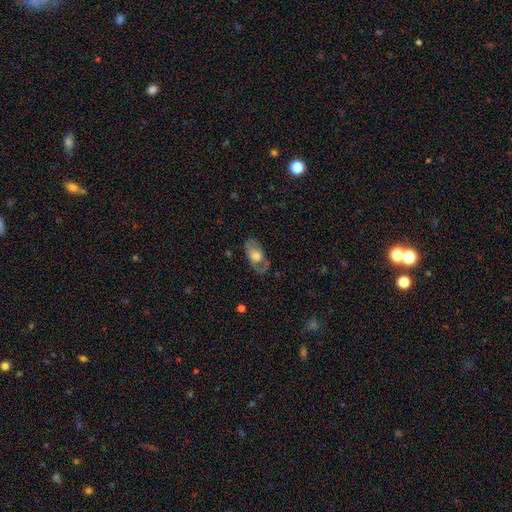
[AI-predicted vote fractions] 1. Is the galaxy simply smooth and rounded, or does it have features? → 49% featured or disk, 45% smooth, 7% star or artifact.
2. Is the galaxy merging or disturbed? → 66% none, 21% minor disturbance, 12% major disturbance, 2% merger.